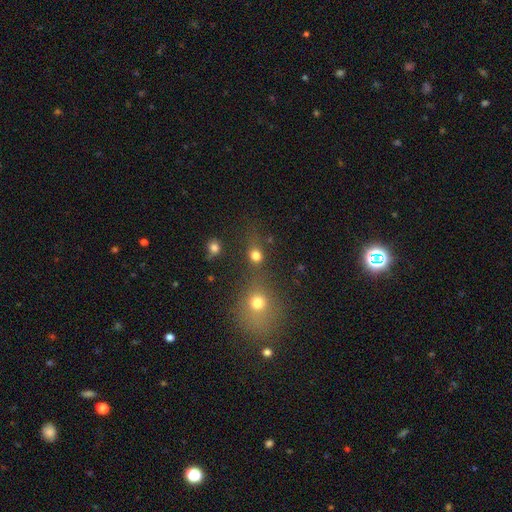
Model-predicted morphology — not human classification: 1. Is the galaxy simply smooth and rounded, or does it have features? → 75% smooth, 18% star or artifact, 7% featured or disk.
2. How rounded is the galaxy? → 76% round, 22% in between, 2% cigar-shaped.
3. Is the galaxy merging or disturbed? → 60% none, 24% merger, 10% minor disturbance, 6% major disturbance.